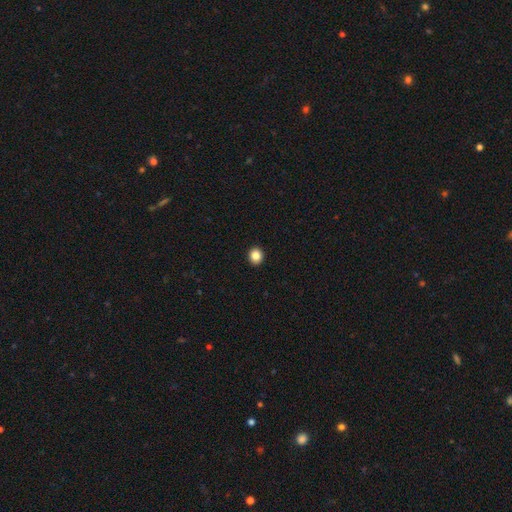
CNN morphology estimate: smooth-or-featured: smooth: 86% | star or artifact: 10% | featured or disk: 4%
  how-rounded: round: 83% | in between: 16% | cigar-shaped: 1%
  merging: none: 94% | minor disturbance: 4% | major disturbance: 1% | merger: 1%